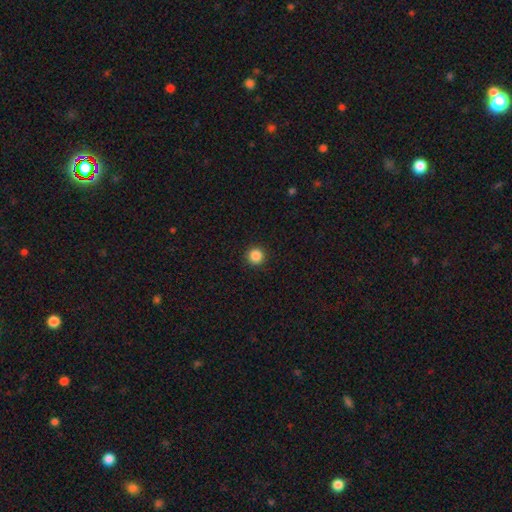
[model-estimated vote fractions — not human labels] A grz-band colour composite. It shows a smooth galaxy with no disk features (86%) that is round (96%). Merging: none (93%).